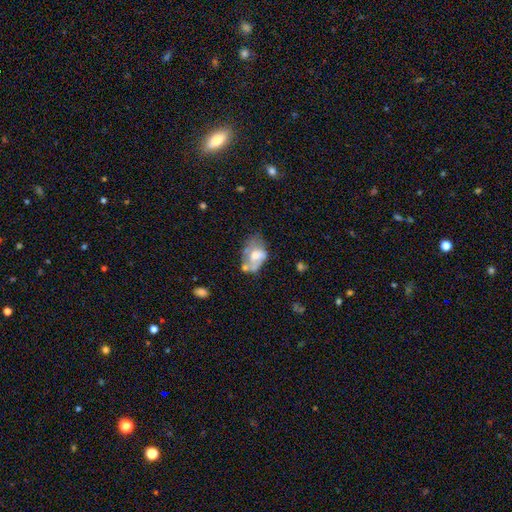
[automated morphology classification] A smooth galaxy with no disk features (49%). Merging: minor disturbance (27%, tied with major disturbance).